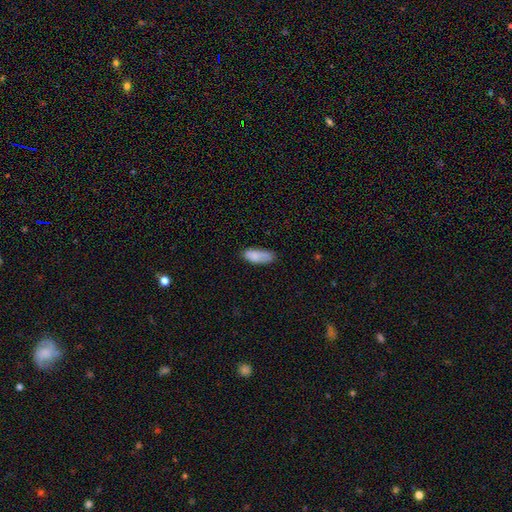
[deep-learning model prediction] Smooth or featured?
  - smooth: 84% *
  - featured or disk: 9%
  - star or artifact: 7%
How rounded?
  - in between: 79% *
  - cigar-shaped: 19%
  - round: 2%
Merging?
  - none: 64% *
  - minor disturbance: 27%
  - major disturbance: 7%
  - merger: 3%